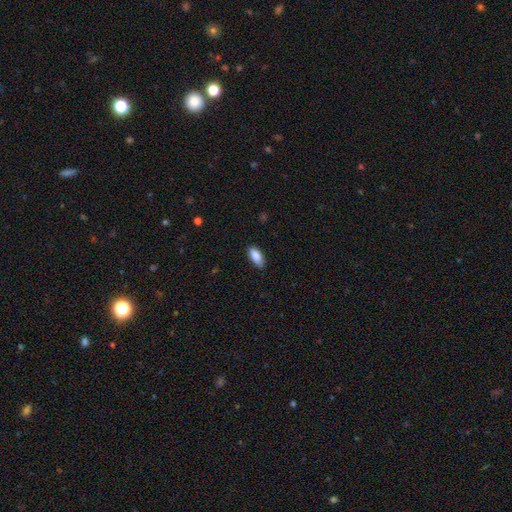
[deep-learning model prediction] smooth-or-featured: smooth: 87% | star or artifact: 7% | featured or disk: 6%
  how-rounded: in between: 87% | cigar-shaped: 11% | round: 2%
  merging: none: 83% | minor disturbance: 14% | major disturbance: 2% | merger: 1%